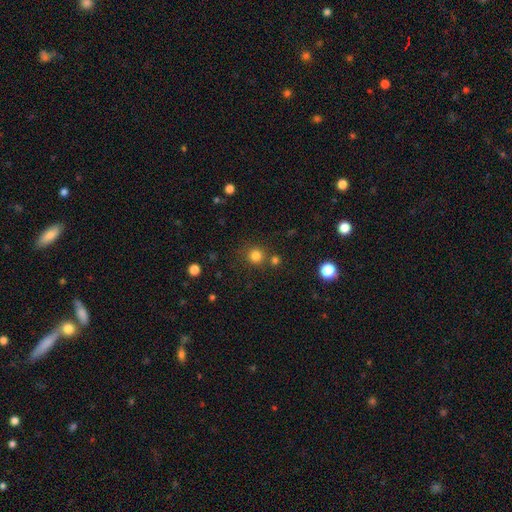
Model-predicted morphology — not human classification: Overall: smooth (80%). How rounded: round (92%). Merging: none (77%).